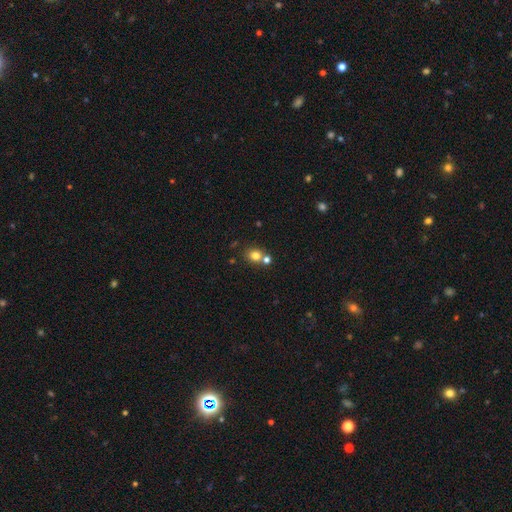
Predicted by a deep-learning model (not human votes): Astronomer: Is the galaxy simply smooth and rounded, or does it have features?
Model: smooth — 78%.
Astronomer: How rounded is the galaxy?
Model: round — 75%.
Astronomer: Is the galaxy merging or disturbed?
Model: none — 59%.